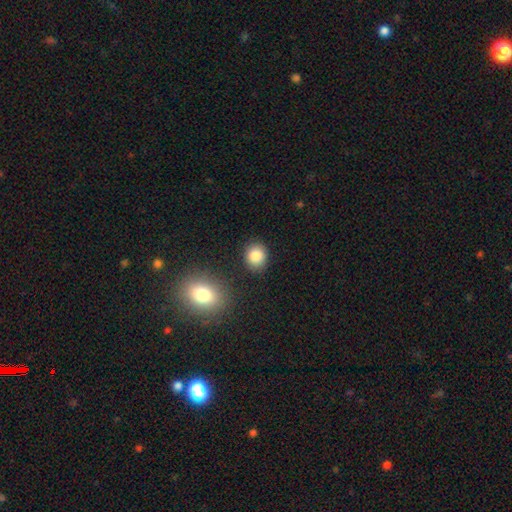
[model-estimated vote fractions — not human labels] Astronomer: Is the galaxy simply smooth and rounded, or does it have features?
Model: smooth — 85%.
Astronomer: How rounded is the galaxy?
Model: round — 67%.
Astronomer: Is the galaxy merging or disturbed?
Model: none — 85%.